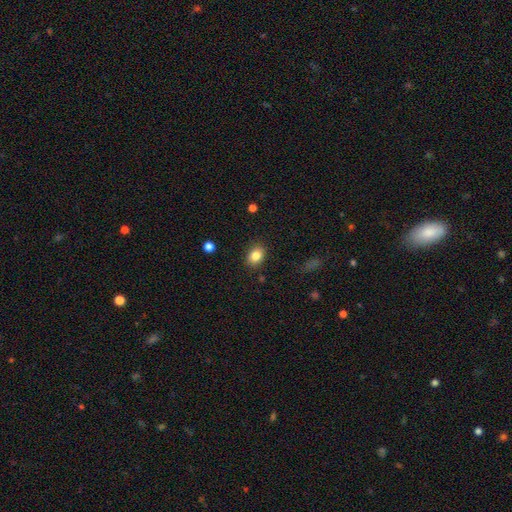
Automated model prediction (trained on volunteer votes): Q: Smooth or featured?
A: smooth (84%); runner-up: star or artifact (9%)
Q: How rounded?
A: in between (67%); runner-up: round (32%)
Q: Merging?
A: none (86%); runner-up: minor disturbance (10%)